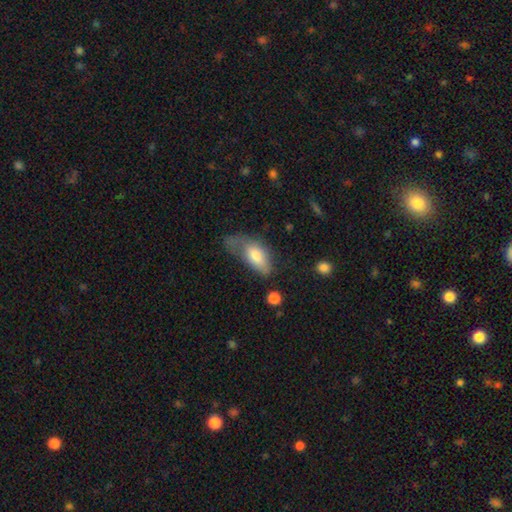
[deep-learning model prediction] Smooth or featured? Predicted: smooth (p=0.73). How rounded? Predicted: in between (p=0.88). Merging? Predicted: major disturbance (p=0.40).